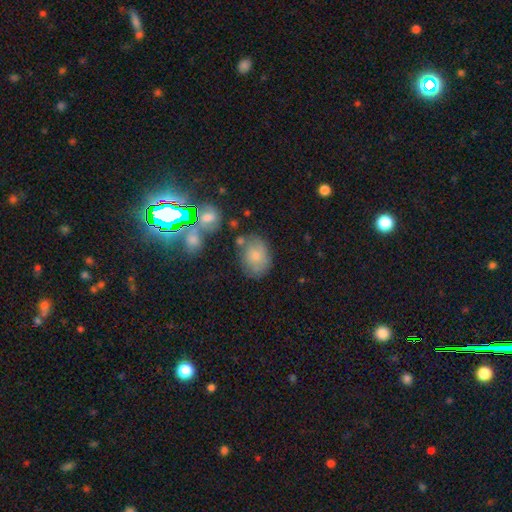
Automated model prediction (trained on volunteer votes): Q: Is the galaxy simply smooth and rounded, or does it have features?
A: smooth — 71%.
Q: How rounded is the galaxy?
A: in between — 65%.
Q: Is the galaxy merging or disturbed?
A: none — 63%.